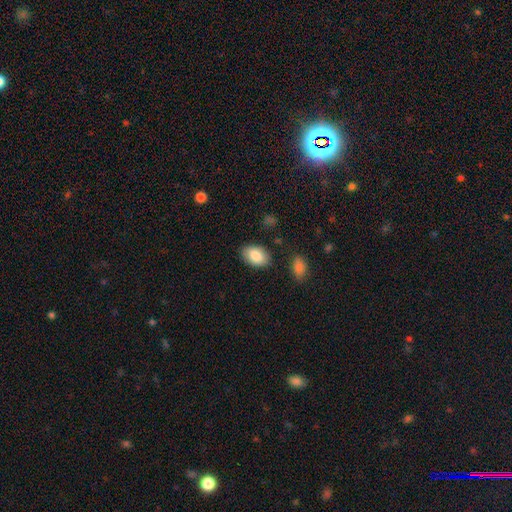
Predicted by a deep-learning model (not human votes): Overall: smooth (86%). How rounded: in between (89%). Merging: none (82%).